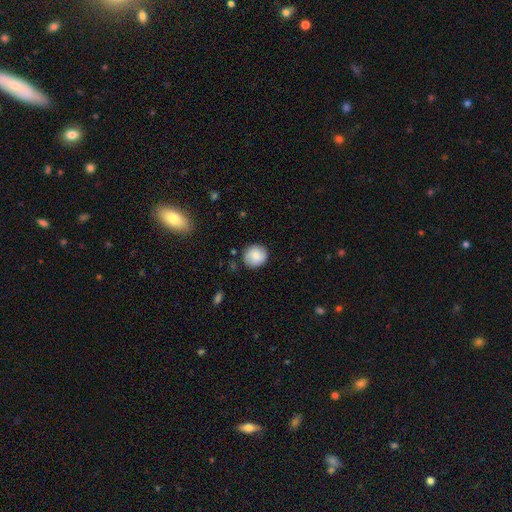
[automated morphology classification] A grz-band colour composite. It shows a smooth galaxy with no disk features (75%) that is round (85%). Merging: none (82%).